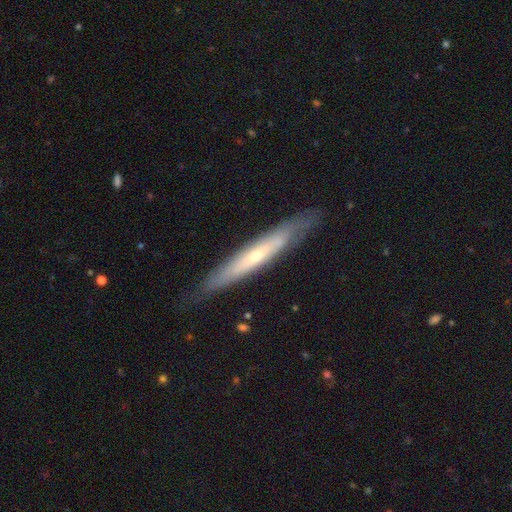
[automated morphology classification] A featured or disk galaxy (62%) viewed edge-on (77%). Merging: none (83%).